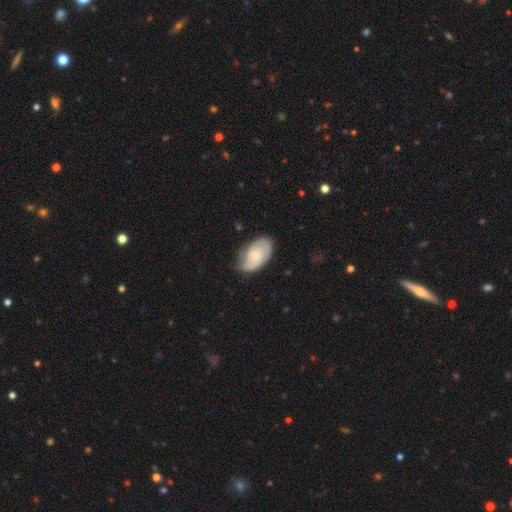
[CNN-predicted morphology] A featured or disk galaxy (51%). Merging: none (68%).